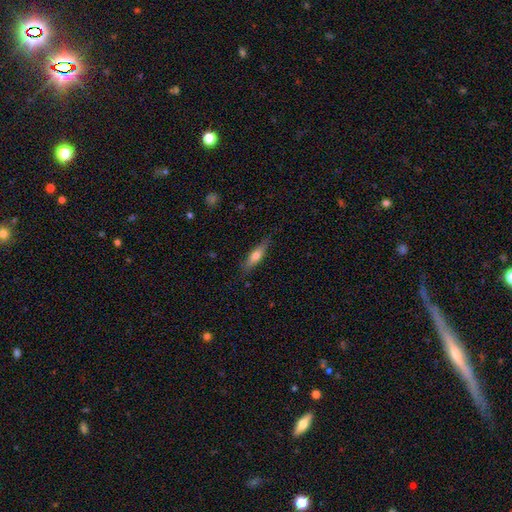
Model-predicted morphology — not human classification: Smooth or featured? Predicted: smooth (p=0.61). How rounded? Predicted: cigar-shaped (p=0.63). Merging? Predicted: none (p=0.81).